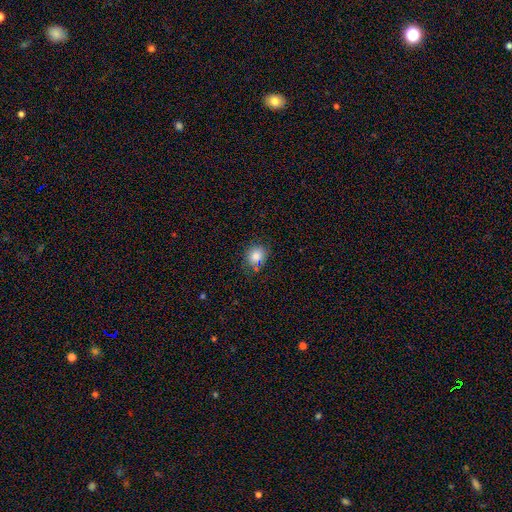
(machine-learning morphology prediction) Smooth or featured? Predicted: smooth (p=0.81). How rounded? Predicted: round (p=0.69). Merging? Predicted: none (p=0.75).